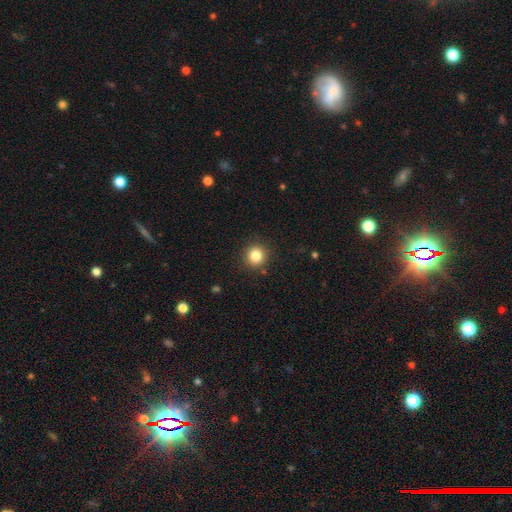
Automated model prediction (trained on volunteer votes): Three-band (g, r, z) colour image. It shows a smooth galaxy with no disk features (83%) that is round (91%). Merging: none (89%).